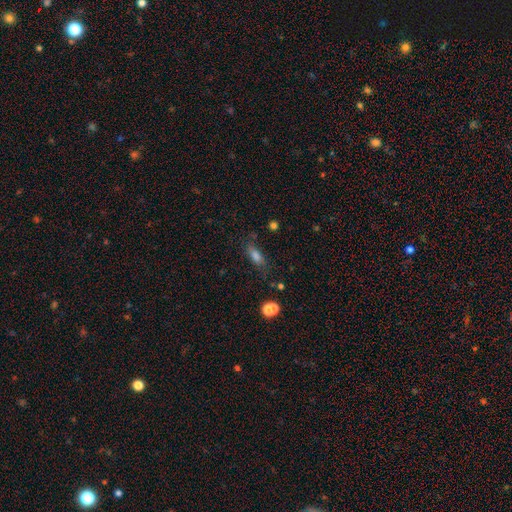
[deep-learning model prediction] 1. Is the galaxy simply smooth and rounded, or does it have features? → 72% smooth, 15% featured or disk, 13% star or artifact.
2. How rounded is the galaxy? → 66% in between, 28% cigar-shaped, 6% round.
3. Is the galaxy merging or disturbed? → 72% none, 18% minor disturbance, 7% major disturbance, 4% merger.